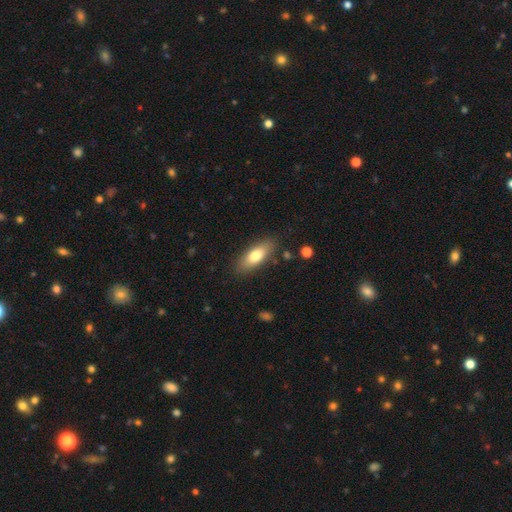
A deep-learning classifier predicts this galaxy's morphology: This appears to be a smooth galaxy with no disk features (73%) that is in between round and cigar-shaped (69%). Merging: none (85%).